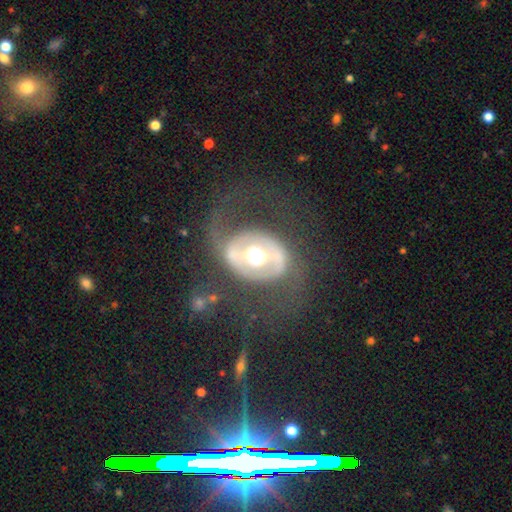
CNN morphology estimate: Overall: featured or disk (70%). Edge-on disk: no (94%). Bar: no (47%; strong 29%). Spiral arms: no (55%; yes 45%). Bulge size: moderate (59%; large 30%). Merging: none (59%; major disturbance 25%).